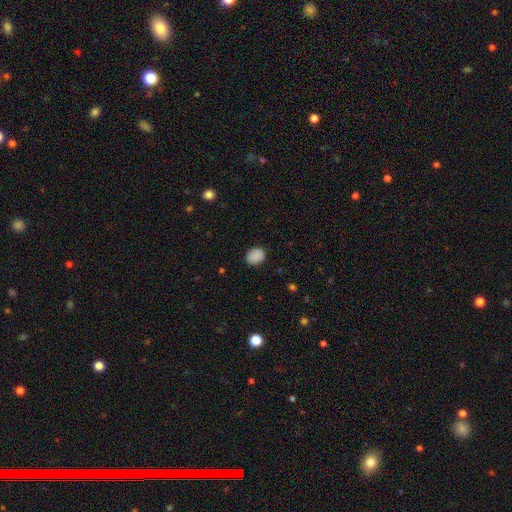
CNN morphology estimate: Q: Smooth or featured?
A: smooth (88%); runner-up: star or artifact (8%)
Q: How rounded?
A: in between (52%); runner-up: round (47%)
Q: Merging?
A: none (84%); runner-up: minor disturbance (12%)